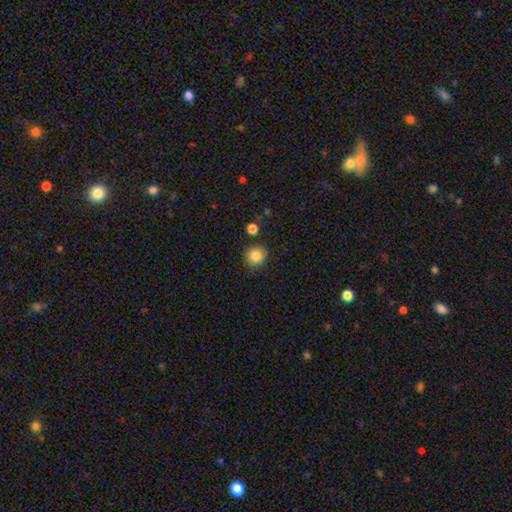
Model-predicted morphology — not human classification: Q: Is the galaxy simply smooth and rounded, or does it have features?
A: smooth — 85%.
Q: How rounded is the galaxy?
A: round — 92%.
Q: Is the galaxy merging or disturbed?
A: none — 86%.